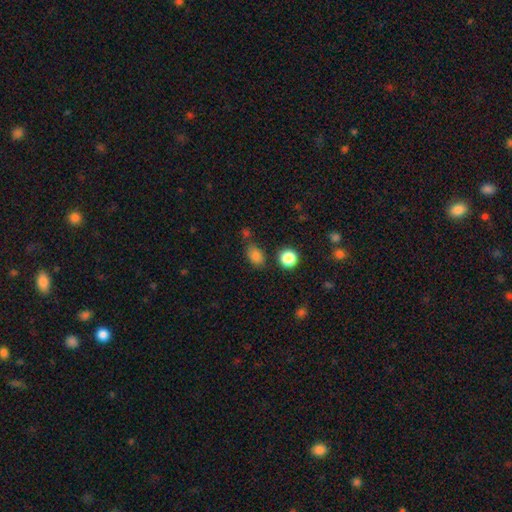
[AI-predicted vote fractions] Smooth or featured: smooth — 79% (star or artifact — 14%)
How rounded: in between — 72% (round — 26%)
Merging: none — 66% (minor disturbance — 20%)